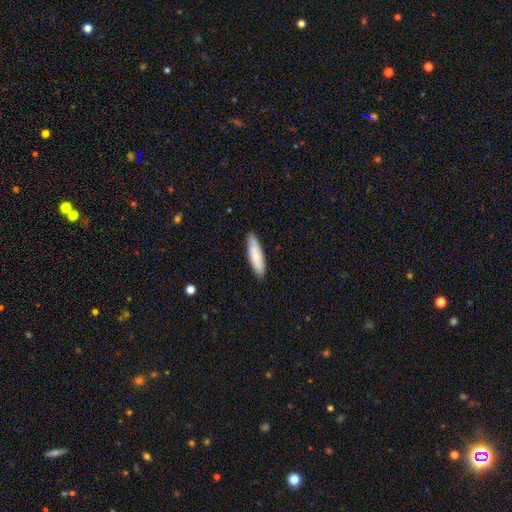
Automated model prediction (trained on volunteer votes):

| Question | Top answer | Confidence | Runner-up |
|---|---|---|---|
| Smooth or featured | smooth | 83% | featured or disk (12%) |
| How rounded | cigar-shaped | 72% | in between (27%) |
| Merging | none | 87% | minor disturbance (10%) |